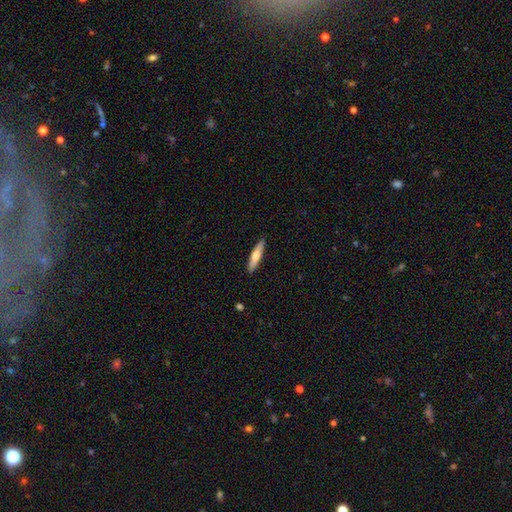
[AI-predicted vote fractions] Smooth or featured? smooth (60%)
How rounded? cigar-shaped (84%)
Merging? none (90%)